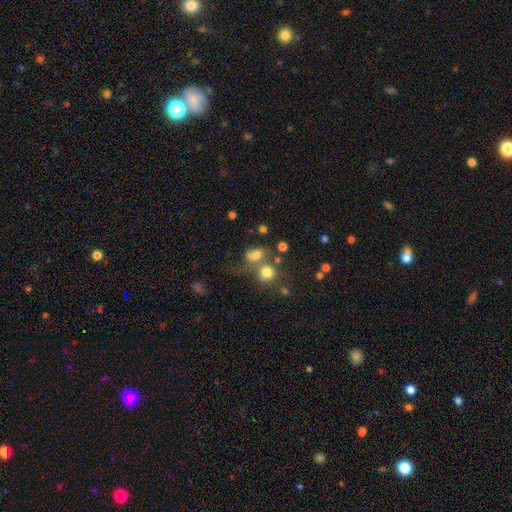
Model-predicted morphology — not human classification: This is likely a smooth galaxy (71%). How rounded: possibly in between (60%). Merging: marginally merger (40%).